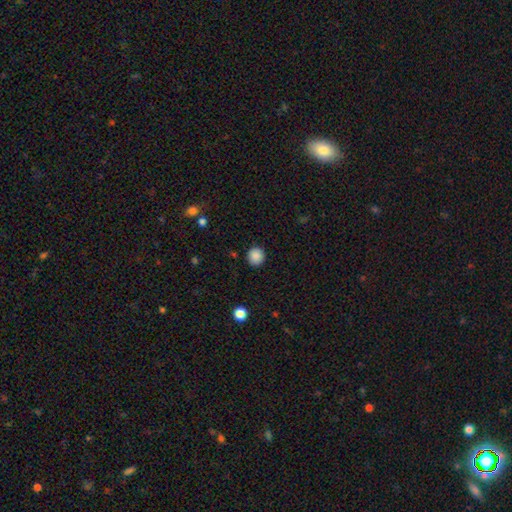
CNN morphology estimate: smooth_or_featured: smooth (p=0.87) [alt: star or artifact p=0.10]
how_rounded: round (p=0.91) [alt: in between p=0.08]
merging: none (p=0.90) [alt: minor disturbance p=0.06]